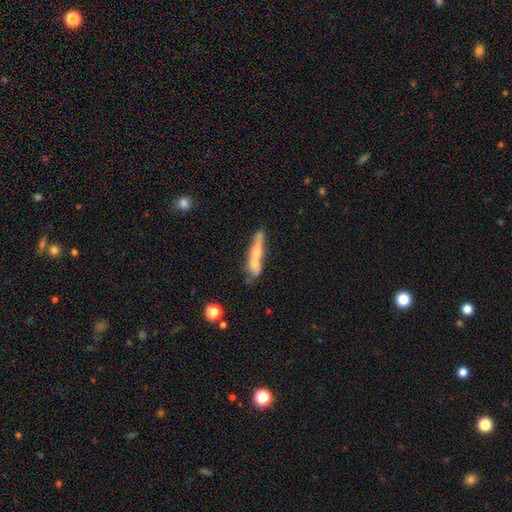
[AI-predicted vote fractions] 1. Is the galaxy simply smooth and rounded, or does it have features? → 47% featured or disk, 45% smooth, 8% star or artifact.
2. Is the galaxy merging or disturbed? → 45% none, 22% minor disturbance, 22% merger, 11% major disturbance.